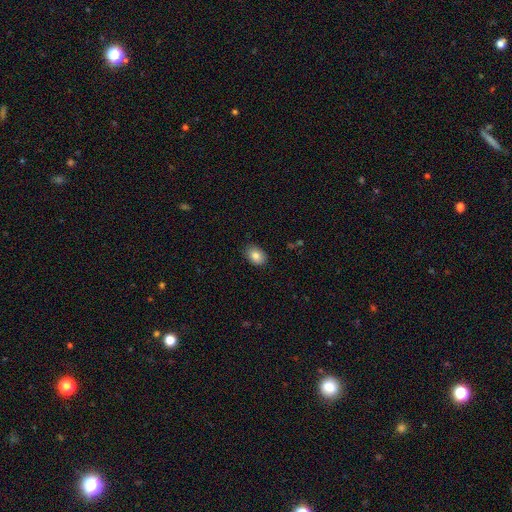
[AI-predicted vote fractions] Smooth or featured? smooth (85%)
How rounded? in between (73%)
Merging? none (87%)